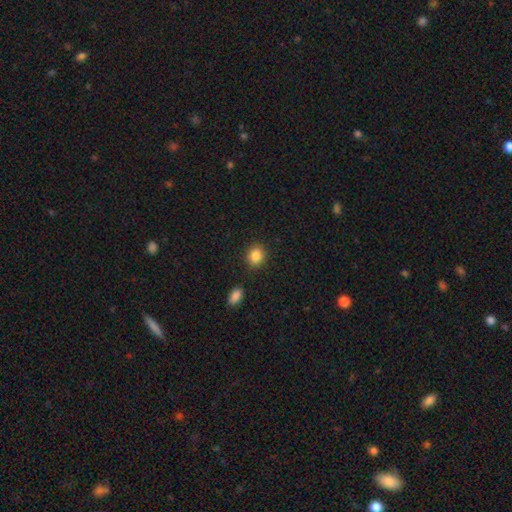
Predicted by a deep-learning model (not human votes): Q: Smooth or featured?
A: smooth (86%); runner-up: star or artifact (9%)
Q: How rounded?
A: round (63%); runner-up: in between (36%)
Q: Merging?
A: none (86%); runner-up: minor disturbance (8%)